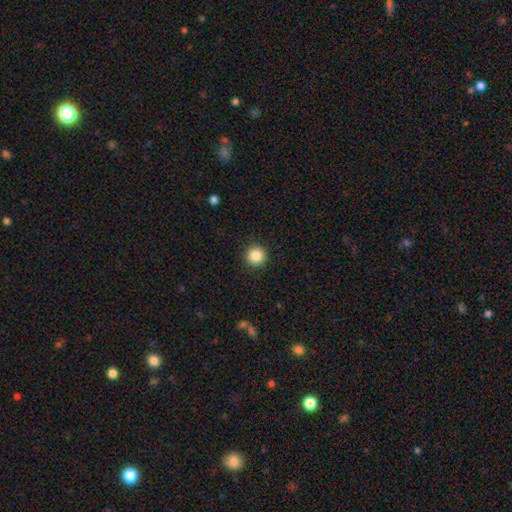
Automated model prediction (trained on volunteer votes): smooth 86%, star or artifact 10%, featured or disk 4%. Down the decision tree: how rounded — round (96%); merging — none (92%).